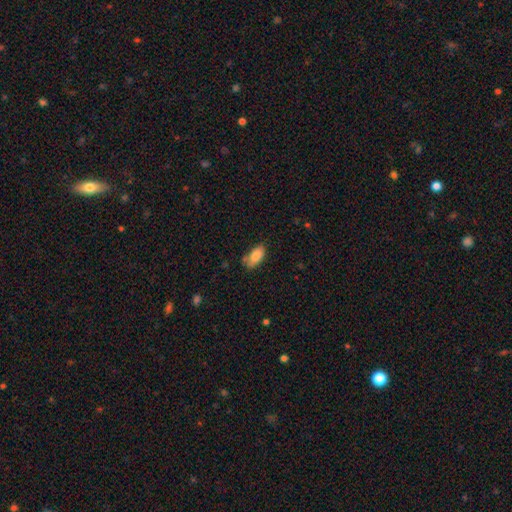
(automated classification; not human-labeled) Q: Smooth or featured?
A: smooth (85%); runner-up: featured or disk (8%)
Q: How rounded?
A: in between (91%); runner-up: cigar-shaped (6%)
Q: Merging?
A: none (64%); runner-up: minor disturbance (25%)